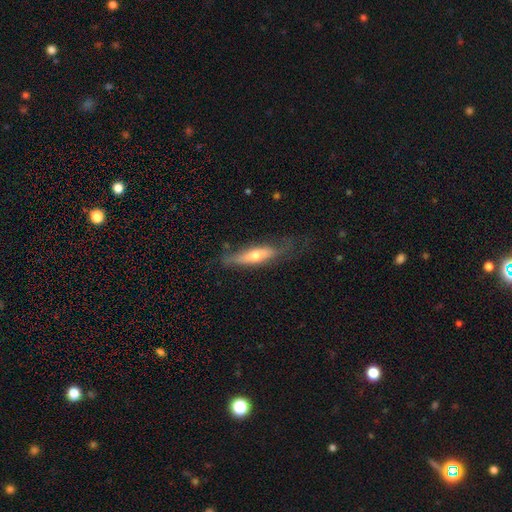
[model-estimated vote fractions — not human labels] This is possibly a smooth galaxy (47%). Merging: possibly none (57%).